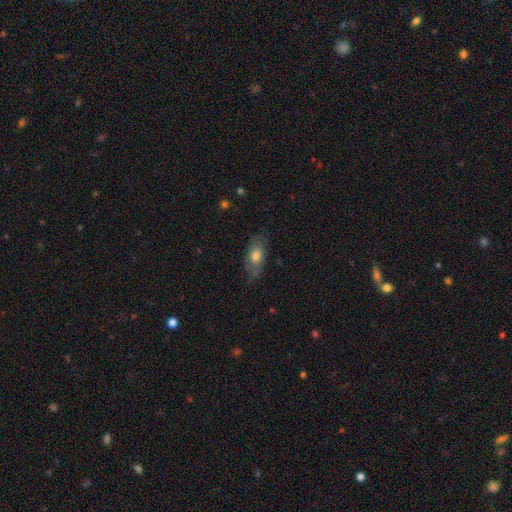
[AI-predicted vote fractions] smooth 65%, featured or disk 28%, star or artifact 8%. Down the decision tree: how rounded — in between (82%); merging — none (70%).